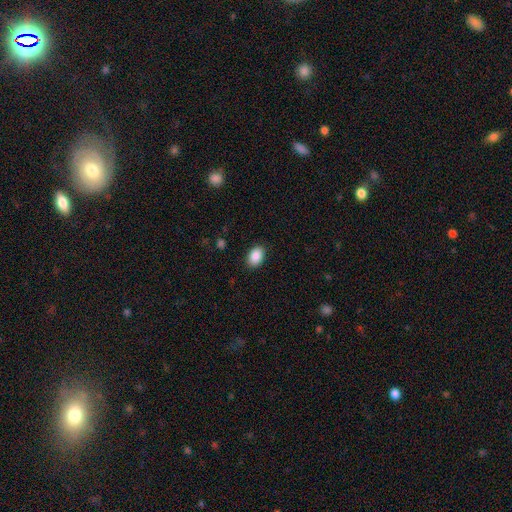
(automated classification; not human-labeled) A smooth galaxy with no disk features (88%) that is in between round and cigar-shaped (86%).

Vote fractions:
- Smooth or featured? smooth: 88% / star or artifact: 7% / featured or disk: 4%
- How rounded? in between: 86% / round: 13% / cigar-shaped: 1%
- Merging? none: 88% / minor disturbance: 9% / major disturbance: 2% / merger: 1%